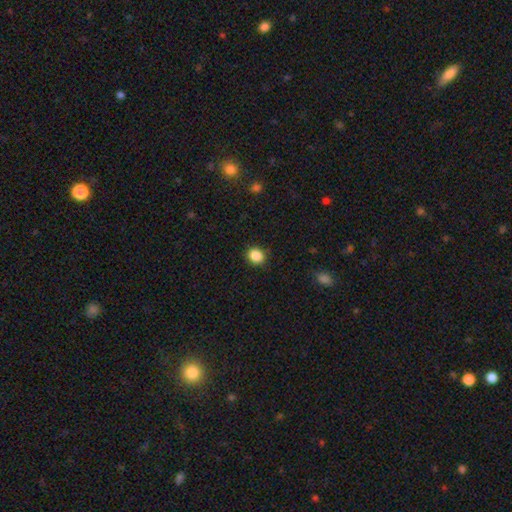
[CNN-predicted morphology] Q: Smooth or featured?
A: smooth (87%); runner-up: star or artifact (10%)
Q: How rounded?
A: round (74%); runner-up: in between (26%)
Q: Merging?
A: none (88%); runner-up: minor disturbance (9%)